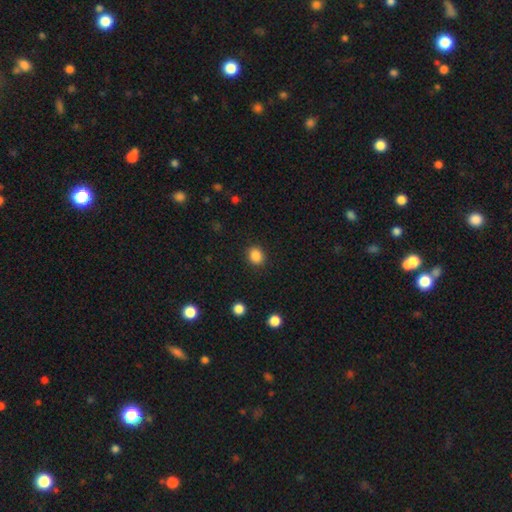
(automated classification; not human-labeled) Morphology: type=smooth (87%); roundness=round (64%); merging=none (89%).